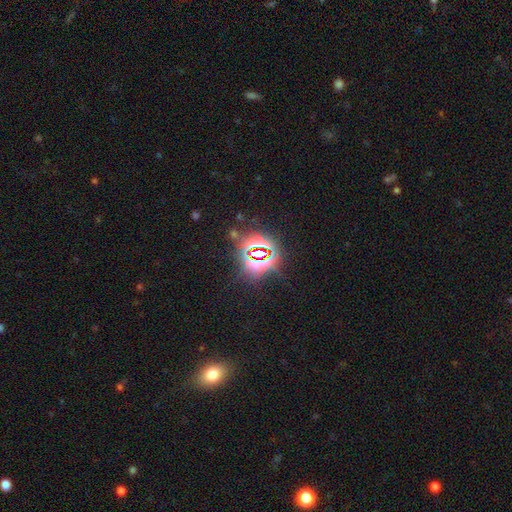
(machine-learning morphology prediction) Q: Smooth or featured?
A: star or artifact (80%); runner-up: smooth (12%)